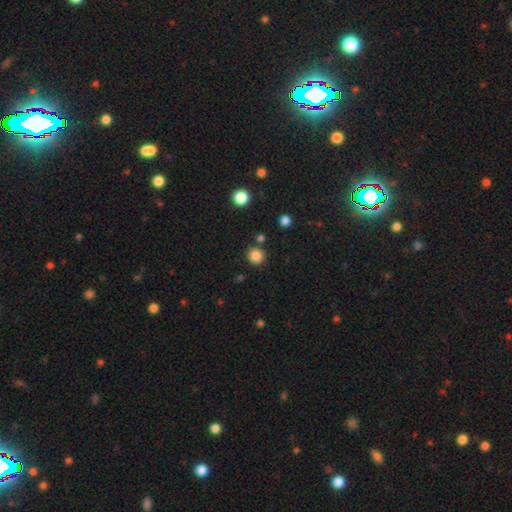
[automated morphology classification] This is clearly a smooth galaxy (84%). How rounded: clearly round (93%). Merging: clearly none (86%).